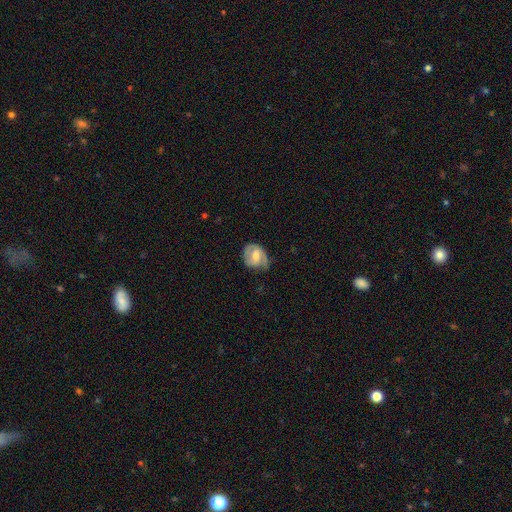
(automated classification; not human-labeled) This appears to be a featured or disk galaxy (61%) with a weak bar (49%), spiral arms (84%) and a moderate central bulge (60%). Merging: none (57%).